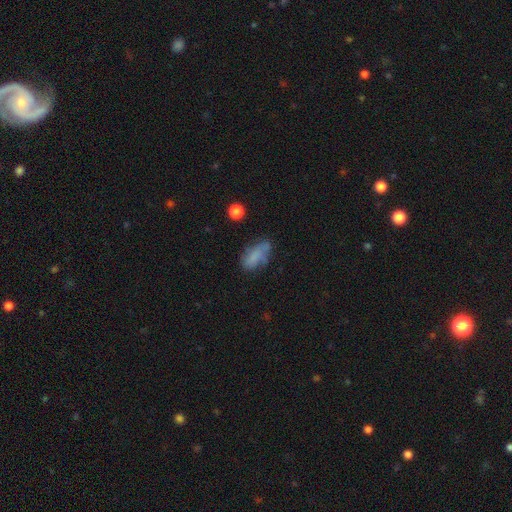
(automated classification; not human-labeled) Smooth or featured?
  - smooth: 65% *
  - featured or disk: 23%
  - star or artifact: 11%
How rounded?
  - in between: 85% *
  - cigar-shaped: 10%
  - round: 5%
Merging?
  - none: 45% *
  - minor disturbance: 31%
  - major disturbance: 18%
  - merger: 6%